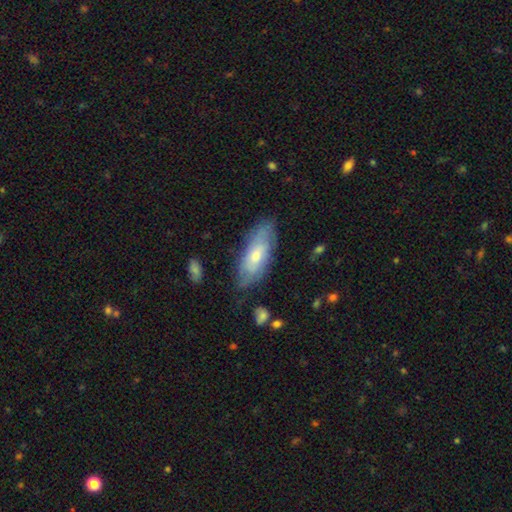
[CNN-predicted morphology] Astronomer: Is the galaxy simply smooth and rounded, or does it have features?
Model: smooth — 50% (runner-up: featured or disk, 44%).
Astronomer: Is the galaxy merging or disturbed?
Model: none — 72%.